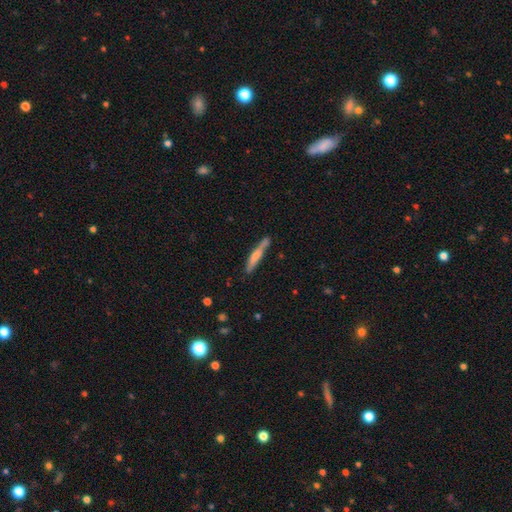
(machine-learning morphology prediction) Smooth or featured? Predicted: smooth (p=0.50). Merging? Predicted: none (p=0.78).